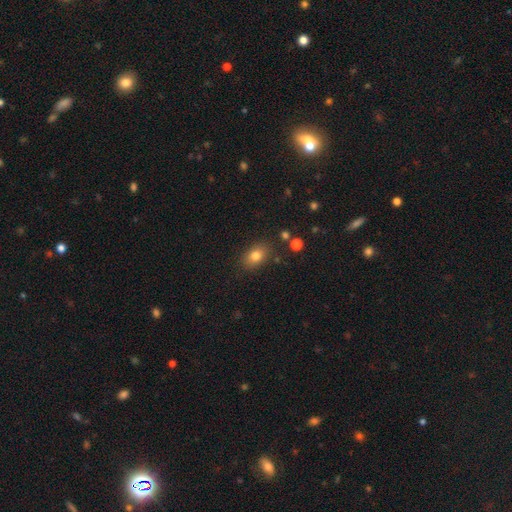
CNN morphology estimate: A smooth galaxy with no disk features (80%) that is in between round and cigar-shaped (75%).

Vote fractions:
- Smooth or featured? smooth: 80% / star or artifact: 10% / featured or disk: 9%
- How rounded? in between: 75% / round: 23% / cigar-shaped: 1%
- Merging? none: 83% / minor disturbance: 11% / major disturbance: 3% / merger: 3%